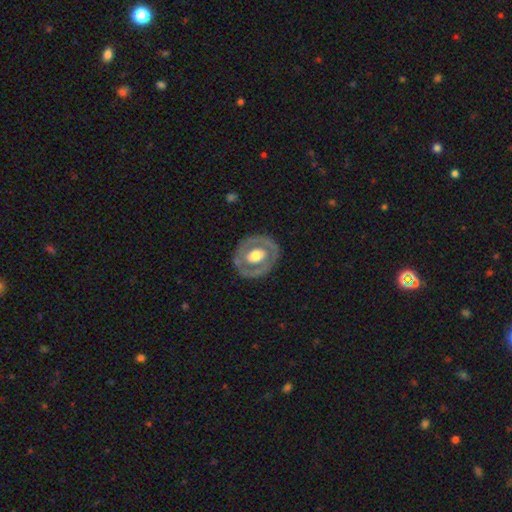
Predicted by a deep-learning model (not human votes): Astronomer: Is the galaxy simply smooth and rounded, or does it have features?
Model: featured or disk — 65%.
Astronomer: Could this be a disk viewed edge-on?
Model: no — 95%.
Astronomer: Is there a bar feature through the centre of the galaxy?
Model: no — 69%.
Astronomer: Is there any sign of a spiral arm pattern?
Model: no — 74%.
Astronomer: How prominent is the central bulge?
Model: moderate — 48% (runner-up: large, 43%).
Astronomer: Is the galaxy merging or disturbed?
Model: none — 80%.